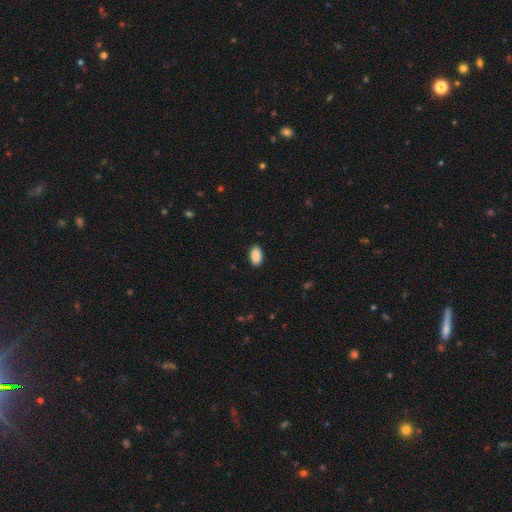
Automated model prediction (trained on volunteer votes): This is clearly a smooth galaxy (90%). How rounded: clearly in between (94%). Merging: clearly none (89%).